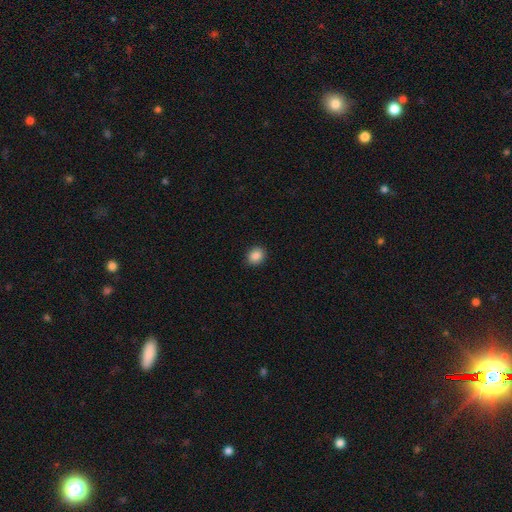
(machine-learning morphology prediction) type=smooth (87%); roundness=round (66%); merging=none (90%).